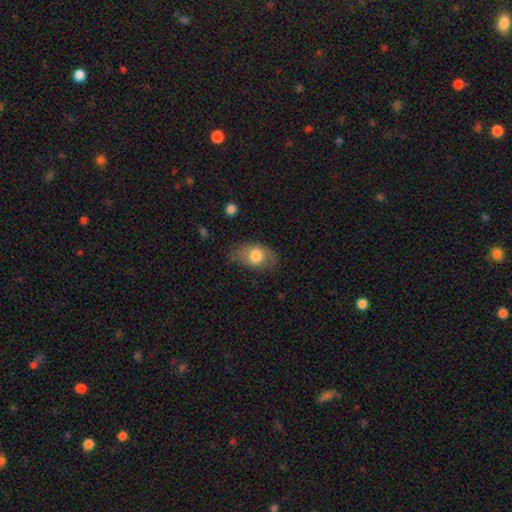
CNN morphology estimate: type=smooth (72%); roundness=in between (86%); merging=none (60%).